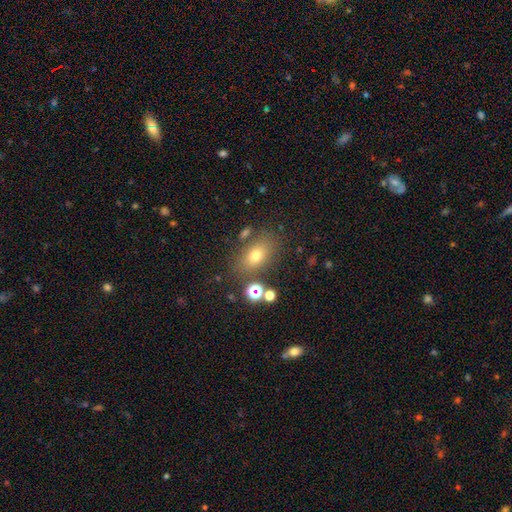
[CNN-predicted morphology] smooth 70%, star or artifact 16%, featured or disk 14%. Down the decision tree: how rounded — in between (77%); merging — none (73%).